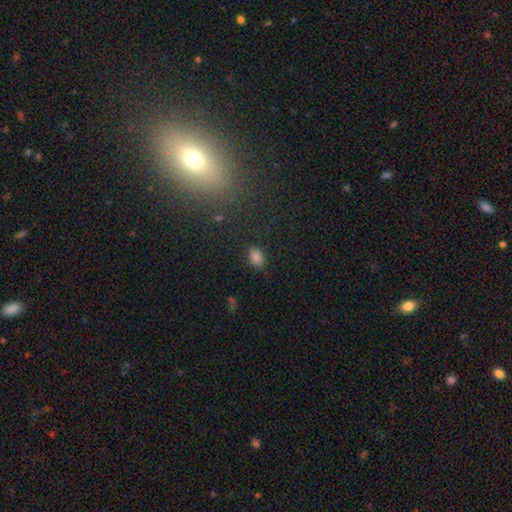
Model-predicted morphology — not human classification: Smooth or featured? Predicted: smooth (p=0.82). How rounded? Predicted: in between (p=0.81). Merging? Predicted: none (p=0.80).